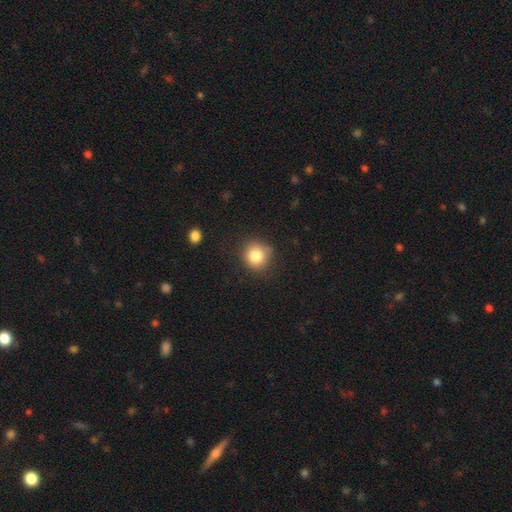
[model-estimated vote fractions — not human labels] This appears to be a smooth galaxy with no disk features (81%) that is round (89%). Merging: none (81%).